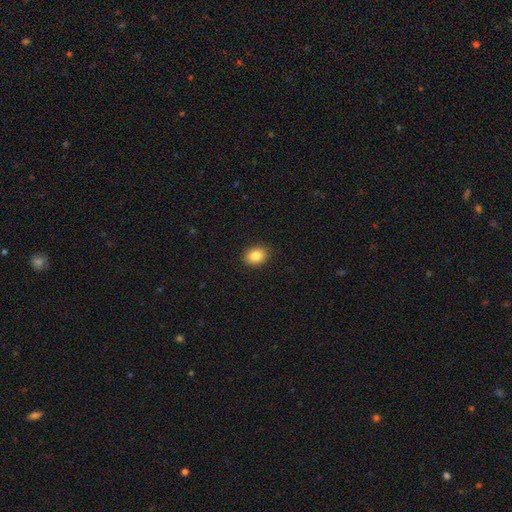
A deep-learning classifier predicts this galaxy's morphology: This appears to be a smooth galaxy with no disk features (84%) that is in between round and cigar-shaped (58%). Merging: none (90%).